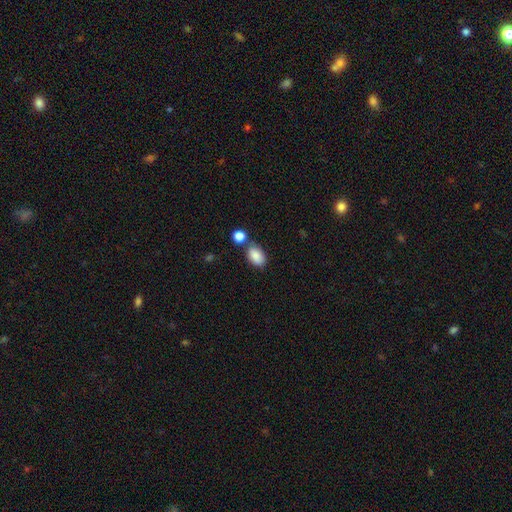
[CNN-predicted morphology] Smooth or featured? Predicted: smooth (p=0.87). How rounded? Predicted: in between (p=0.90). Merging? Predicted: none (p=0.65).